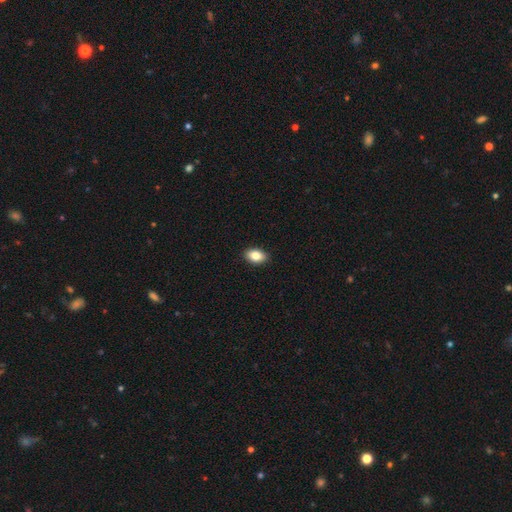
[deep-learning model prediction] smooth-or-featured: smooth: 84% | featured or disk: 8% | star or artifact: 8%
  how-rounded: in between: 88% | round: 11% | cigar-shaped: 2%
  merging: none: 90% | minor disturbance: 7% | major disturbance: 2% | merger: 1%